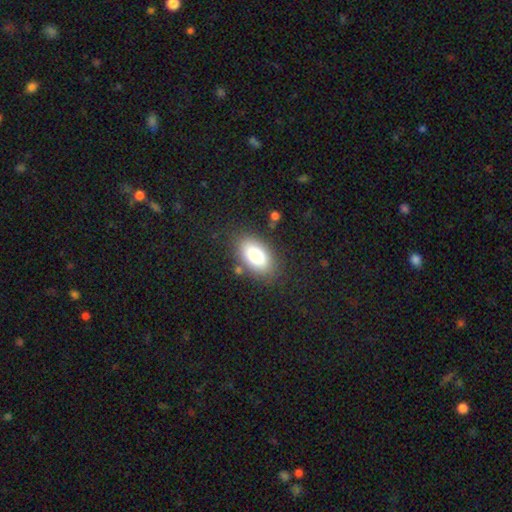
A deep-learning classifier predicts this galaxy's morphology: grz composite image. It shows a smooth galaxy with no disk features (81%) that is in between round and cigar-shaped (92%). Merging: none (79%).